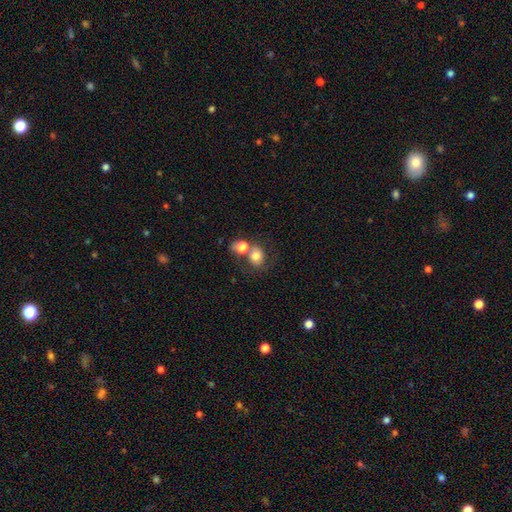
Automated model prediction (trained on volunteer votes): smooth-or-featured: smooth: 72% | featured or disk: 16% | star or artifact: 11%
  how-rounded: round: 65% | in between: 34% | cigar-shaped: 1%
  merging: merger: 41% | none: 40% | minor disturbance: 11% | major disturbance: 7%